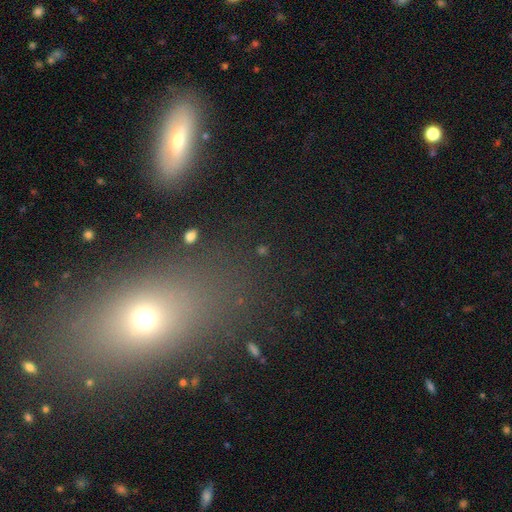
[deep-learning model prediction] Smooth or featured: smooth — 50% (star or artifact — 32%)
How rounded: in between — 51% (round — 38%)
Merging: none — 75% (minor disturbance — 11%)